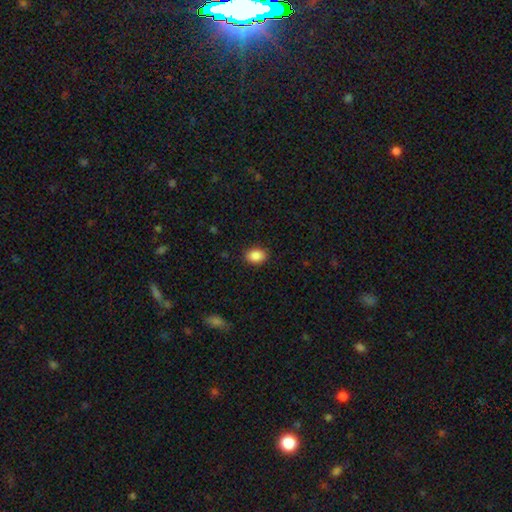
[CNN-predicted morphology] smooth 89%, star or artifact 8%, featured or disk 3%. Down the decision tree: how rounded — in between (77%); merging — none (88%).